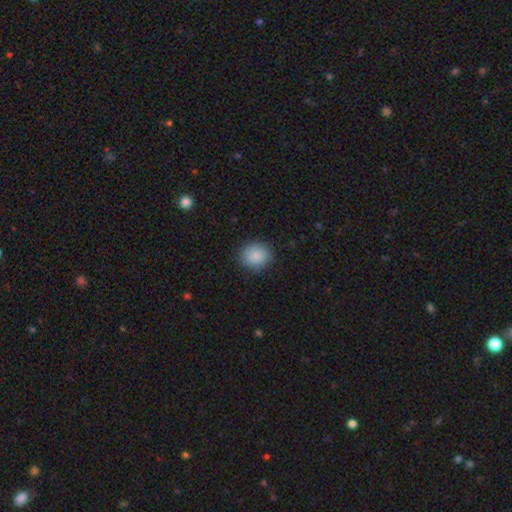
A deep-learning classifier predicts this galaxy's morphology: Smooth or featured? smooth (87%)
How rounded? round (71%)
Merging? none (87%)